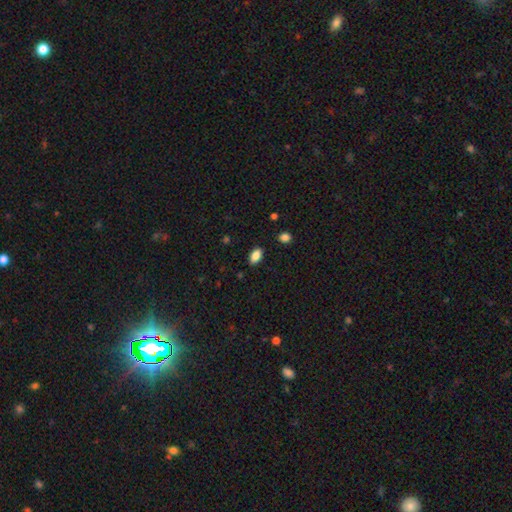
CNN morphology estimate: type=smooth (86%); roundness=in between (91%); merging=none (87%).